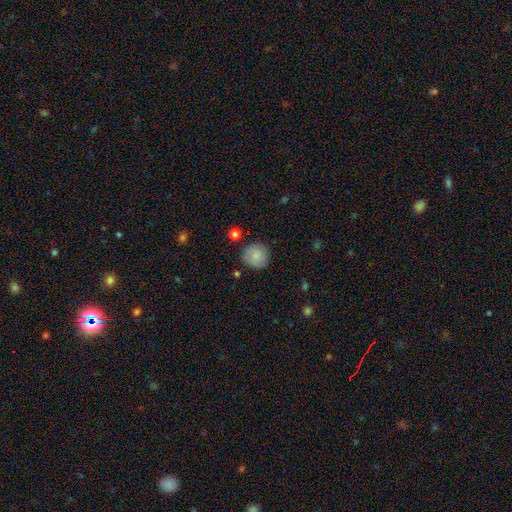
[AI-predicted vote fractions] smooth 82%, featured or disk 11%, star or artifact 8%. Down the decision tree: how rounded — round (91%); merging — none (80%).